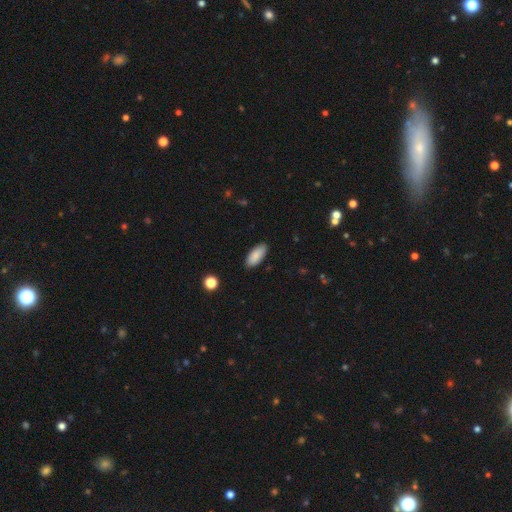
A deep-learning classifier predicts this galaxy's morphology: Smooth or featured? smooth (88%)
How rounded? in between (85%)
Merging? none (87%)